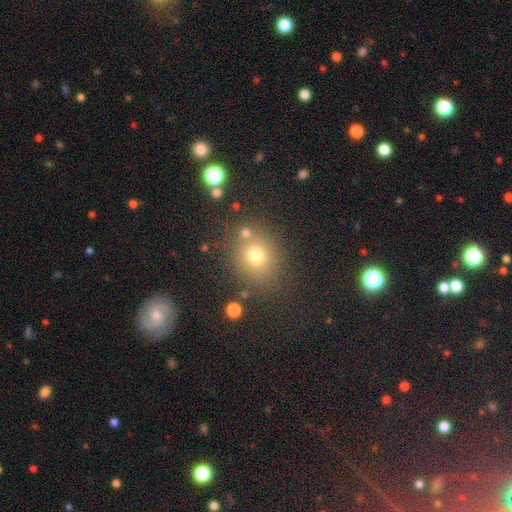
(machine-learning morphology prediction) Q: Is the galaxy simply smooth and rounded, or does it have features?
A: smooth — 72%.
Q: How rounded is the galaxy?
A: round — 72%.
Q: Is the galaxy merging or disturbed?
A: none — 74%.